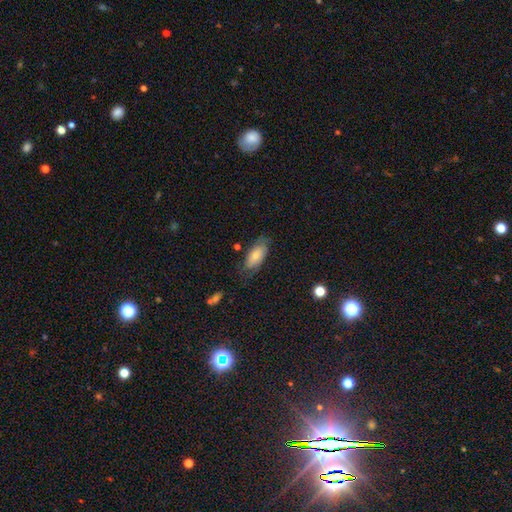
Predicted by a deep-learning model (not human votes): Smooth or featured: smooth — 63% (featured or disk — 30%)
How rounded: in between — 86% (cigar-shaped — 11%)
Merging: none — 66% (minor disturbance — 24%)